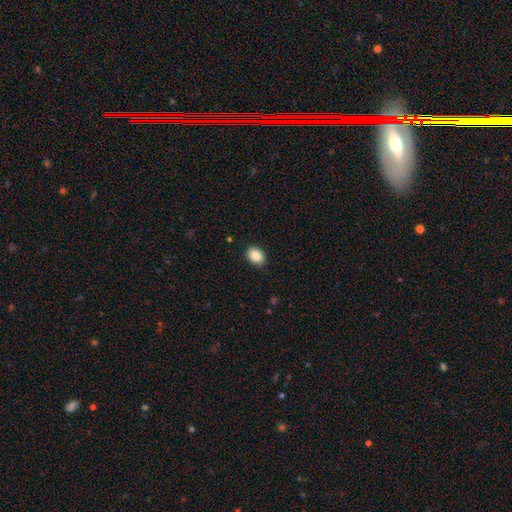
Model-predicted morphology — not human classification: This is clearly a smooth galaxy (85%). How rounded: likely in between (62%). Merging: clearly none (89%).